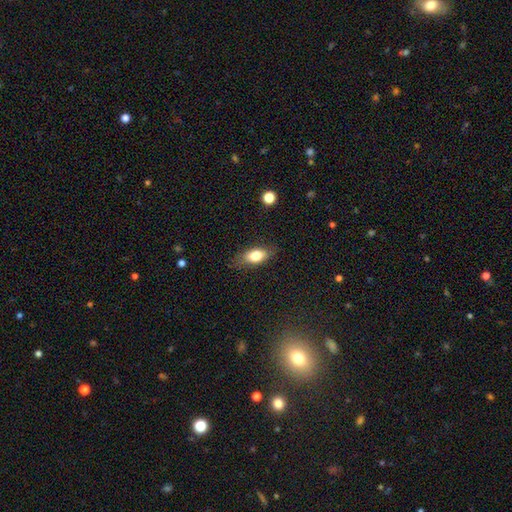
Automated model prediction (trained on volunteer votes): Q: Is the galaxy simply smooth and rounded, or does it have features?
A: smooth — 79%.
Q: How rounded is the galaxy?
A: in between — 85%.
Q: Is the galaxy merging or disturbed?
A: none — 77%.